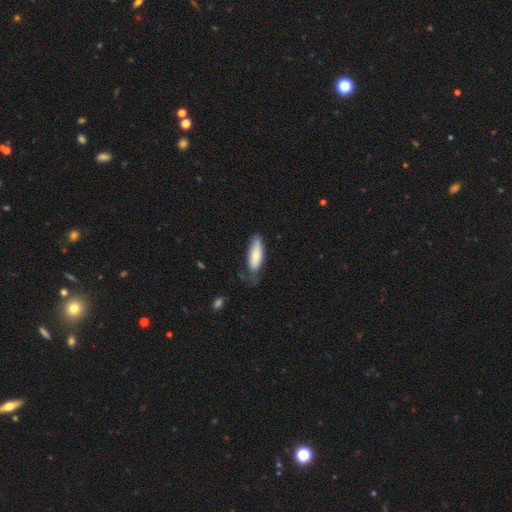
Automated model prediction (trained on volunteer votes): Overall: smooth (80%). How rounded: in between (54%; cigar-shaped 44%). Merging: none (44%; minor disturbance 35%).